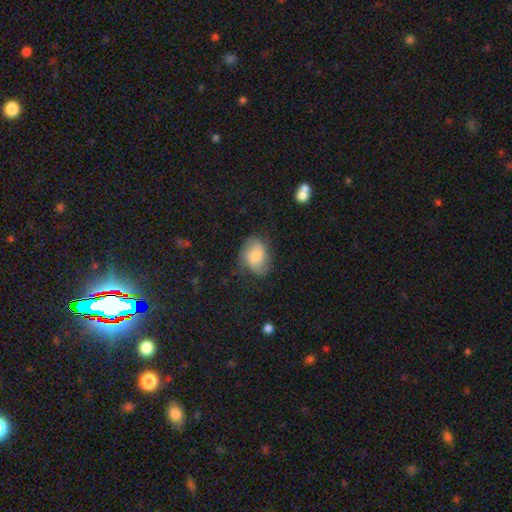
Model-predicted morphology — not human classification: Smooth or featured? smooth (62%)
How rounded? in between (71%)
Merging? none (64%)